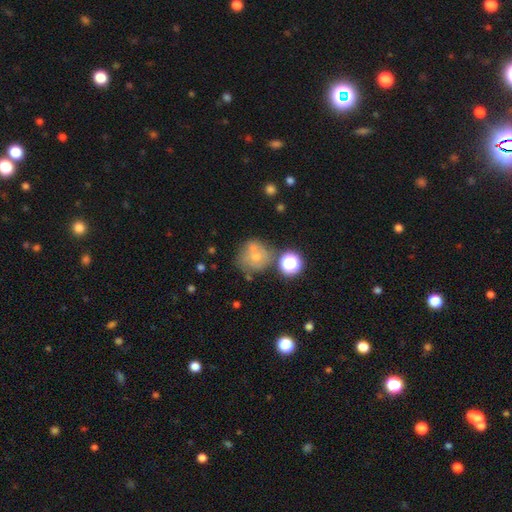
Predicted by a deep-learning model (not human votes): This appears to be a smooth galaxy with no disk features (62%) that is round (87%). Merging: none (52%).